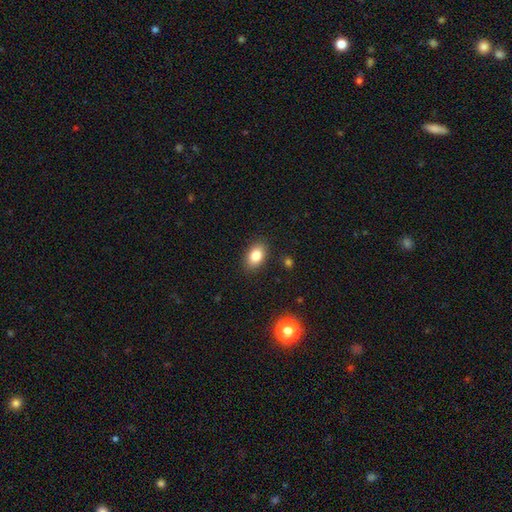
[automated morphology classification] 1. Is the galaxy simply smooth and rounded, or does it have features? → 82% smooth, 9% star or artifact, 8% featured or disk.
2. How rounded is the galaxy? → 85% in between, 14% round, 1% cigar-shaped.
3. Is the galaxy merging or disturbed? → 88% none, 9% minor disturbance, 2% major disturbance, 1% merger.